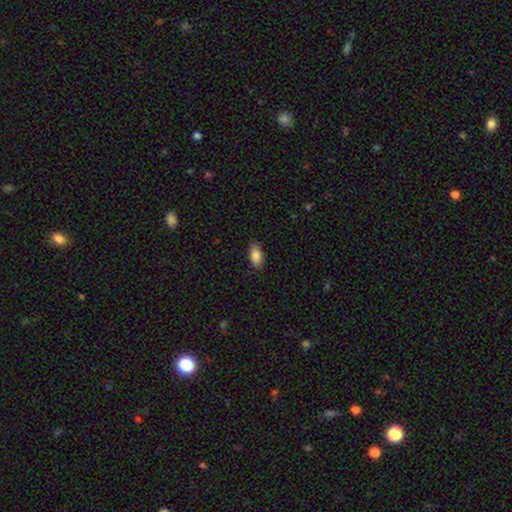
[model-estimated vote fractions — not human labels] smooth 86%, star or artifact 7%, featured or disk 7%. Down the decision tree: how rounded — in between (92%); merging — none (85%).